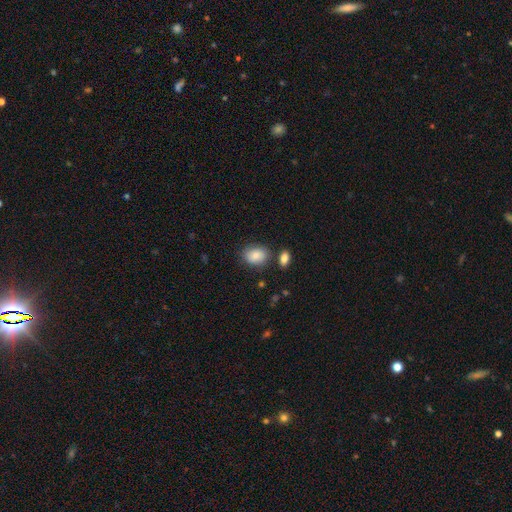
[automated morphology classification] This is clearly a smooth galaxy (85%). How rounded: likely in between (67%). Merging: likely none (74%).